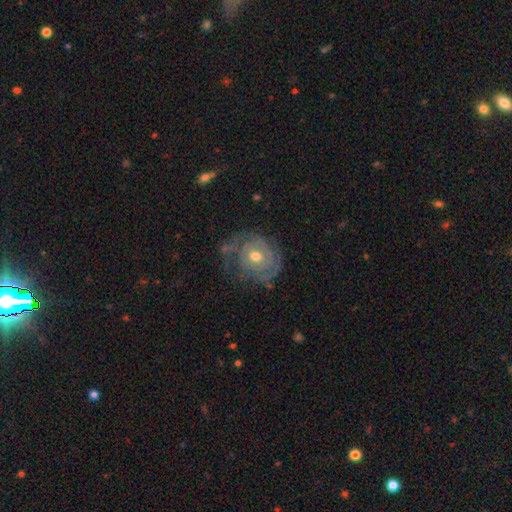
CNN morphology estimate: Overall: featured or disk (80%). Edge-on disk: no (97%). Bar: no (79%). Spiral arms: yes (88%). Spiral arm count: 2 (34%; can't tell 33%). Spiral winding: tight (75%). Bulge size: moderate (77%). Merging: none (63%).